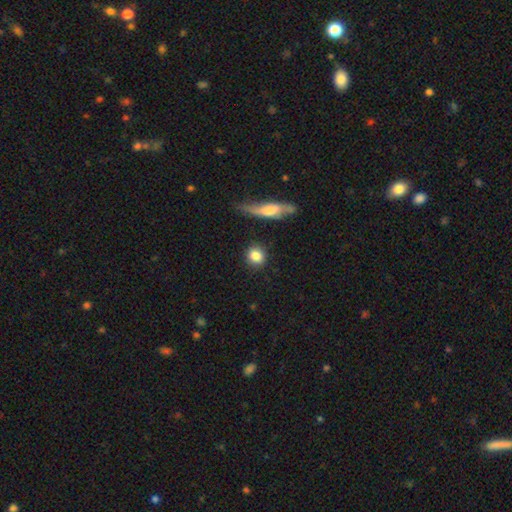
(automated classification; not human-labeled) Smooth or featured? Predicted: smooth (p=0.83). How rounded? Predicted: round (p=0.81). Merging? Predicted: none (p=0.85).